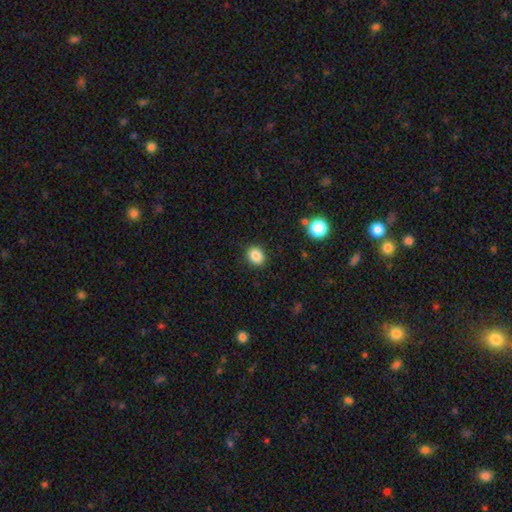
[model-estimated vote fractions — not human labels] The model was most divided on "how rounded": round: 59%, in between: 40%, cigar-shaped: 1%. More confident: merging — none (90%); smooth or featured — smooth (85%).